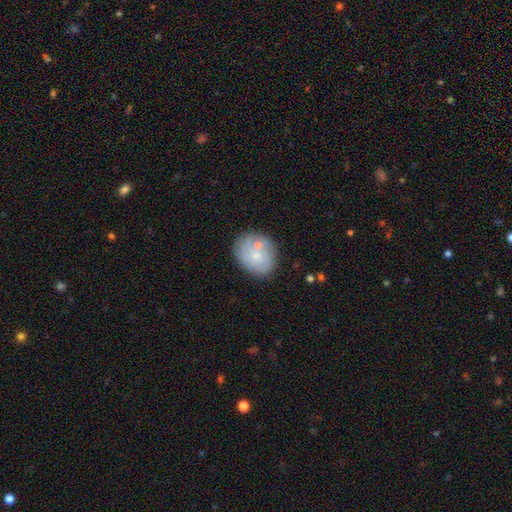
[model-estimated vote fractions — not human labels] smooth-or-featured: smooth: 57% | featured or disk: 36% | star or artifact: 8%
  how-rounded: round: 58% | in between: 41% | cigar-shaped: 1%
  merging: none: 66% | minor disturbance: 17% | merger: 12% | major disturbance: 5%